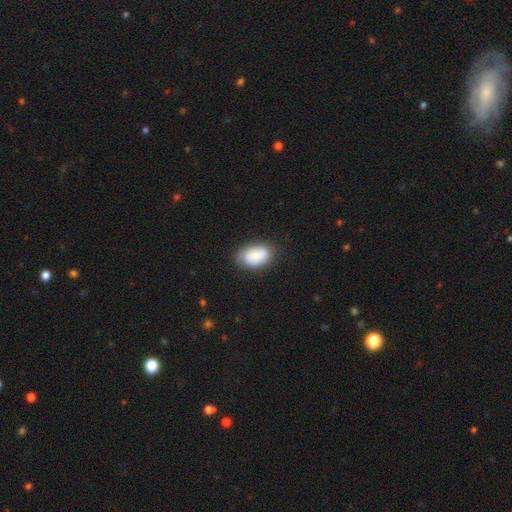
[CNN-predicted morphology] Q: Smooth or featured?
A: smooth (86%); runner-up: featured or disk (7%)
Q: How rounded?
A: in between (90%); runner-up: round (9%)
Q: Merging?
A: none (77%); runner-up: minor disturbance (18%)